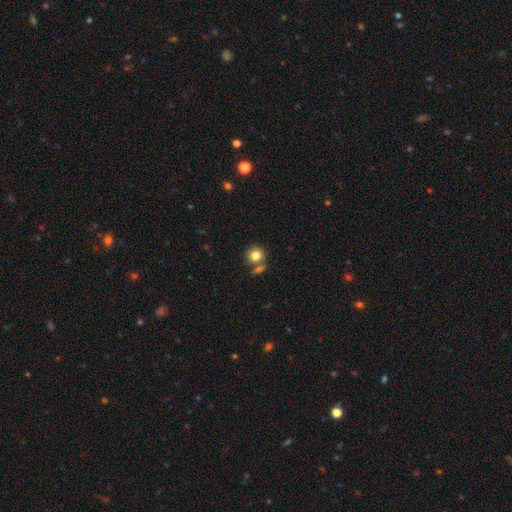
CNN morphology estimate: The model was most divided on "merging": none: 60%, merger: 24%, minor disturbance: 11%, major disturbance: 5%. More confident: how rounded — round (86%); smooth or featured — smooth (81%).